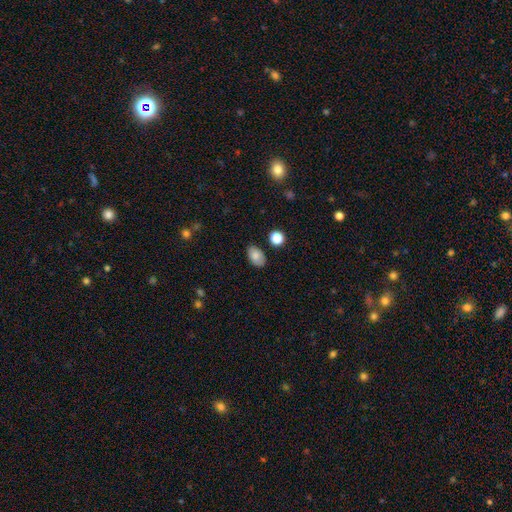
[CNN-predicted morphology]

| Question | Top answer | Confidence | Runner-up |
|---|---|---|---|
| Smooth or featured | smooth | 81% | featured or disk (10%) |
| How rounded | in between | 89% | round (10%) |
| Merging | none | 76% | minor disturbance (18%) |